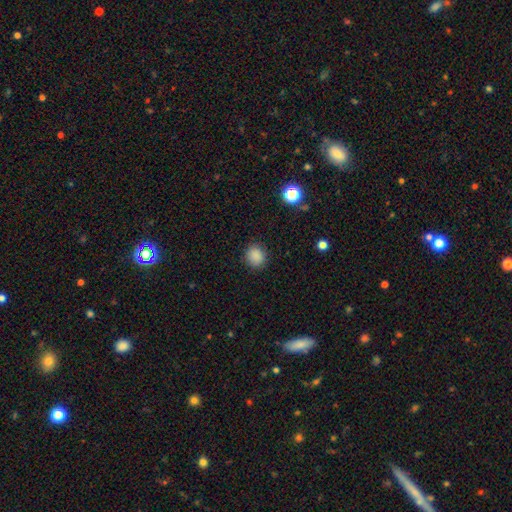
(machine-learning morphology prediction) This appears to be a smooth galaxy with no disk features (86%) that is round (81%). Merging: none (88%).